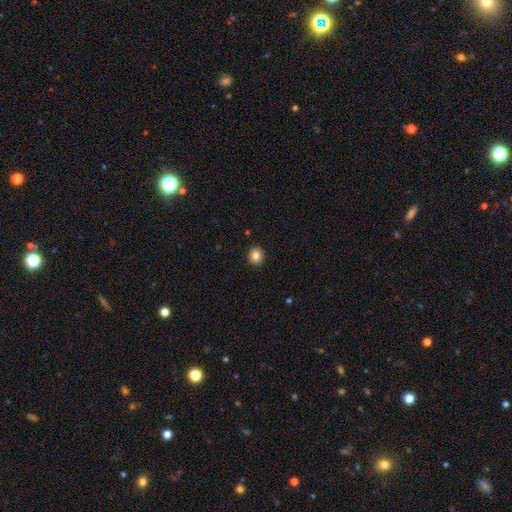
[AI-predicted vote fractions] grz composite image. It shows a smooth galaxy with no disk features (83%) that is round (86%). Merging: none (92%).